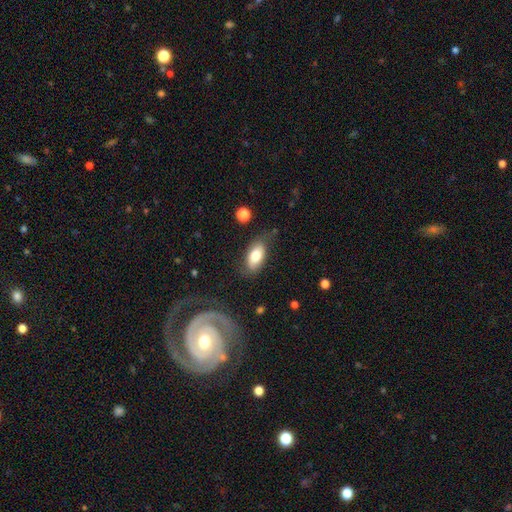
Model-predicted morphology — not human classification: smooth_or_featured: smooth (p=0.77) [alt: featured or disk p=0.16]
how_rounded: in between (p=0.90) [alt: cigar-shaped p=0.06]
merging: none (p=0.74) [alt: minor disturbance p=0.18]